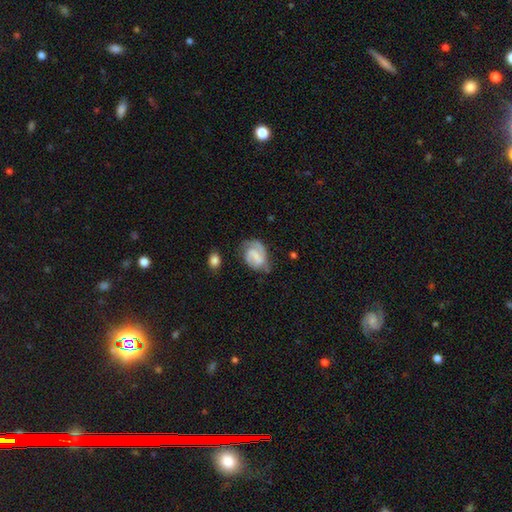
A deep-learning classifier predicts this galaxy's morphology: This appears to be a featured or disk galaxy (71%) with a weak bar (49%), 2 (68%) medium (44%) spiral arms (92%) and no central bulge (41%). Merging: none (58%).